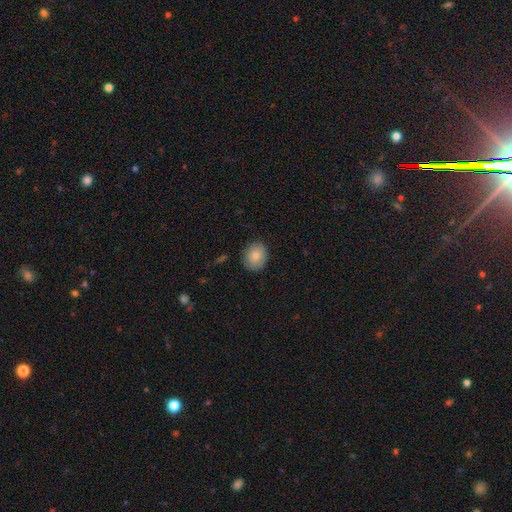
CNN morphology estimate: Smooth or featured? smooth (81%)
How rounded? round (59%)
Merging? none (85%)